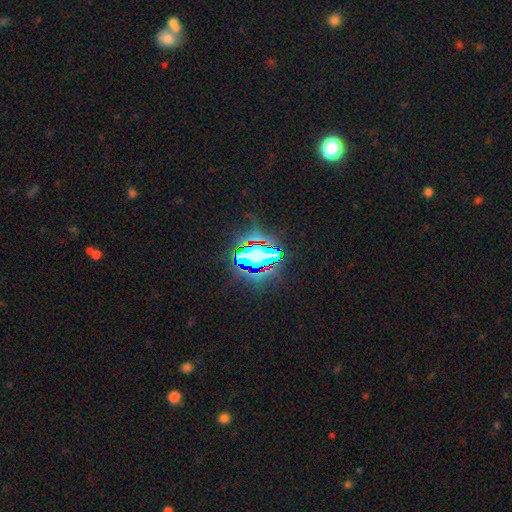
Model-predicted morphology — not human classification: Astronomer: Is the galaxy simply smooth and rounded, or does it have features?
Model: star or artifact — 64%.